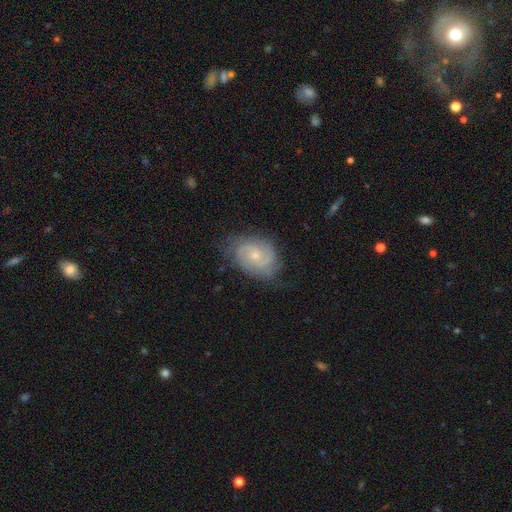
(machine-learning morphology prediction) Q: Smooth or featured?
A: featured or disk (80%); runner-up: smooth (14%)
Q: Edge-on disk?
A: no (97%); runner-up: yes (3%)
Q: Bar?
A: no (65%); runner-up: weak (31%)
Q: Spiral arms?
A: yes (95%); runner-up: no (5%)
Q: Spiral winding?
A: tight (51%); runner-up: medium (39%)
Q: Spiral arm count?
A: 2 (56%); runner-up: can't tell (19%)
Q: Bulge size?
A: small (60%); runner-up: moderate (36%)
Q: Merging?
A: none (72%); runner-up: minor disturbance (21%)